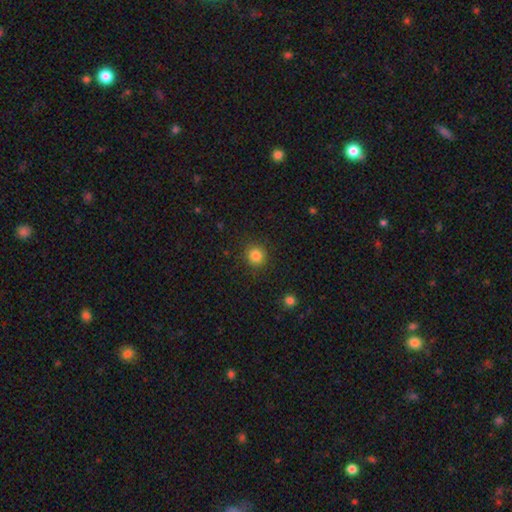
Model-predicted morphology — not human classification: Overall: smooth (83%). How rounded: round (92%). Merging: none (90%).